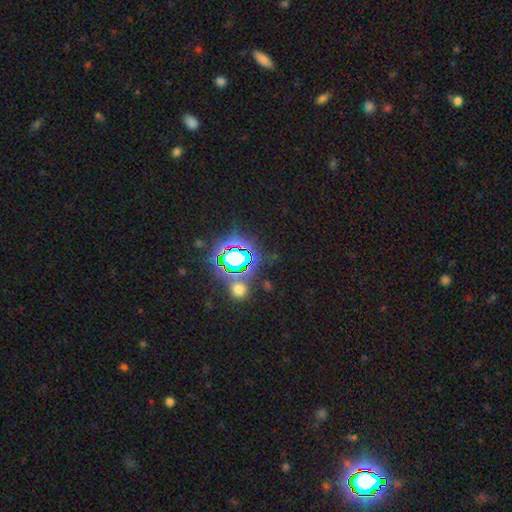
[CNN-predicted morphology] A star or artifact, not a galaxy (79%).